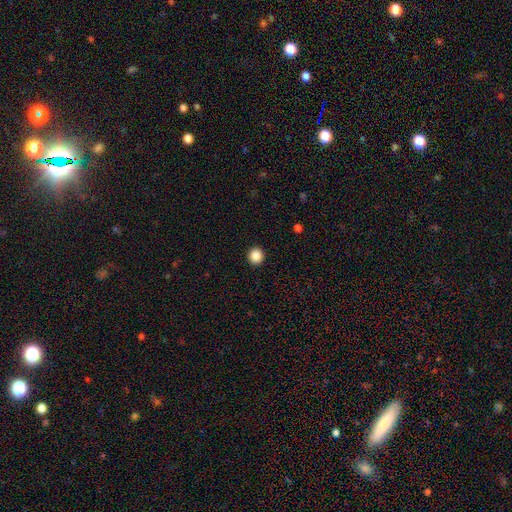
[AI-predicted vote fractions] This is clearly a smooth galaxy (87%). How rounded: clearly round (92%). Merging: clearly none (93%).